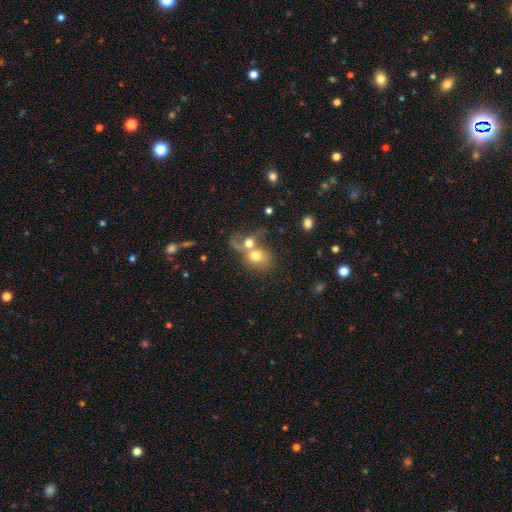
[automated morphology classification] Smooth or featured? smooth (66%)
How rounded? round (58%)
Merging? merger (72%)